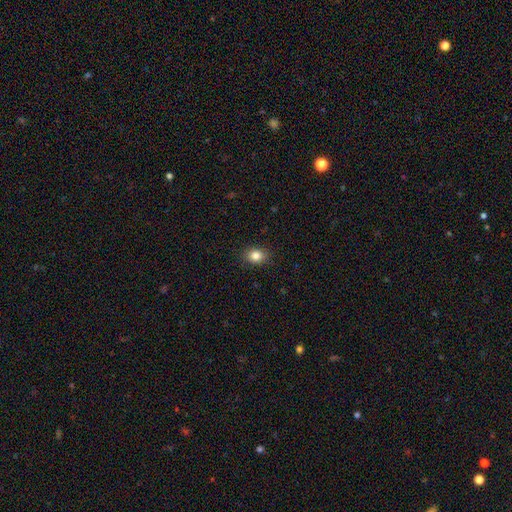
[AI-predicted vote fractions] This is clearly a smooth galaxy (84%). How rounded: possibly in between (55%). Merging: clearly none (89%).